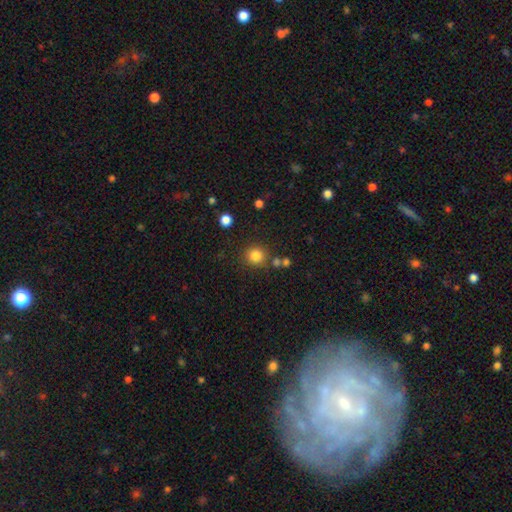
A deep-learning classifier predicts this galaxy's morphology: A smooth galaxy with no disk features (82%) that is round (91%).

Vote fractions:
- Smooth or featured? smooth: 82% / star or artifact: 12% / featured or disk: 5%
- How rounded? round: 91% / in between: 8% / cigar-shaped: 1%
- Merging? none: 81% / minor disturbance: 8% / merger: 7% / major disturbance: 3%